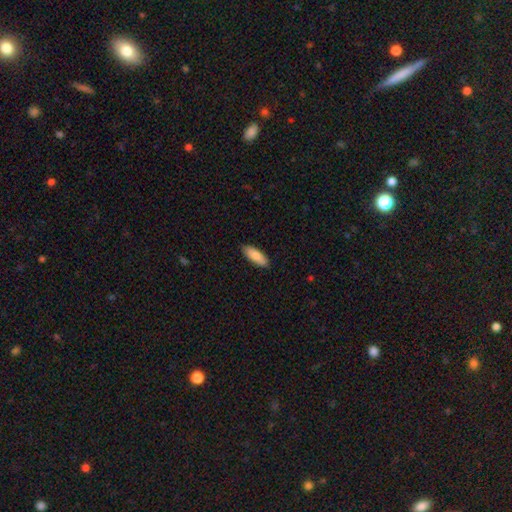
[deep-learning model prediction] This is clearly a smooth galaxy (84%). How rounded: likely in between (65%). Merging: clearly none (89%).